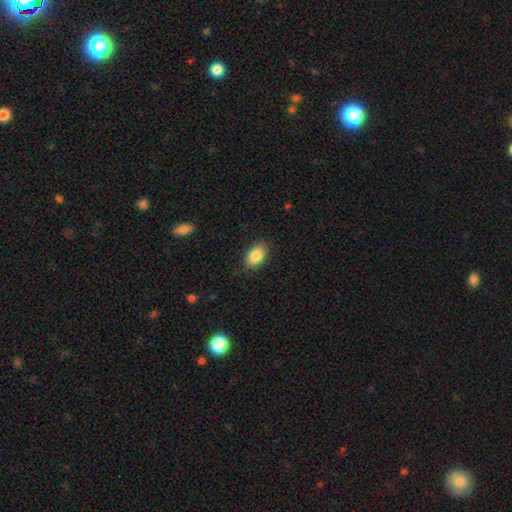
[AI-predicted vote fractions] The model was most divided on "merging": none: 87%, minor disturbance: 10%, major disturbance: 2%, merger: 1%. More confident: how rounded — in between (89%); smooth or featured — smooth (87%).